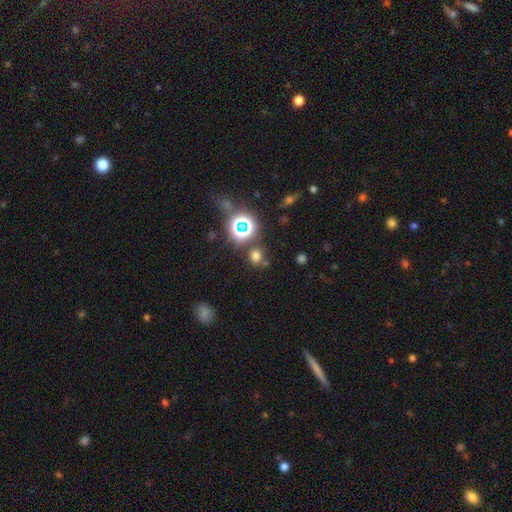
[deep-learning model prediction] Smooth or featured?
  - smooth: 63% *
  - star or artifact: 31%
  - featured or disk: 7%
How rounded?
  - round: 85% *
  - in between: 14%
  - cigar-shaped: 1%
Merging?
  - none: 77% *
  - minor disturbance: 10%
  - merger: 9%
  - major disturbance: 4%